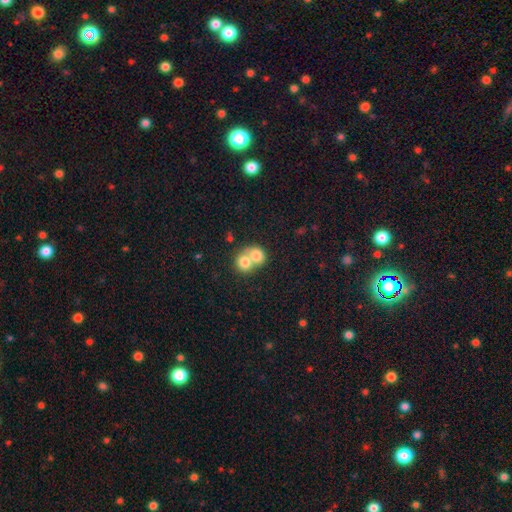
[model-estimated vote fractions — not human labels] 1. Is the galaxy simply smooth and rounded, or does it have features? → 76% smooth, 16% featured or disk, 8% star or artifact.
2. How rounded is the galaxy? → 68% round, 31% in between, 1% cigar-shaped.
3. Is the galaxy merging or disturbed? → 71% merger, 21% none, 5% minor disturbance, 3% major disturbance.